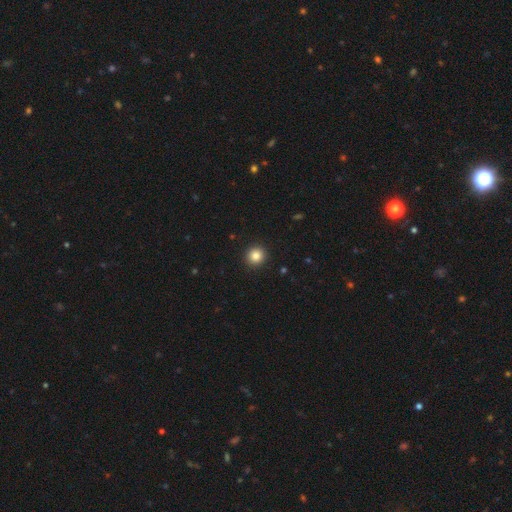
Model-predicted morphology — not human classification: smooth-or-featured: smooth: 85% | star or artifact: 11% | featured or disk: 5%
  how-rounded: round: 94% | in between: 6% | cigar-shaped: 1%
  merging: none: 93% | minor disturbance: 5% | major disturbance: 2% | merger: 1%